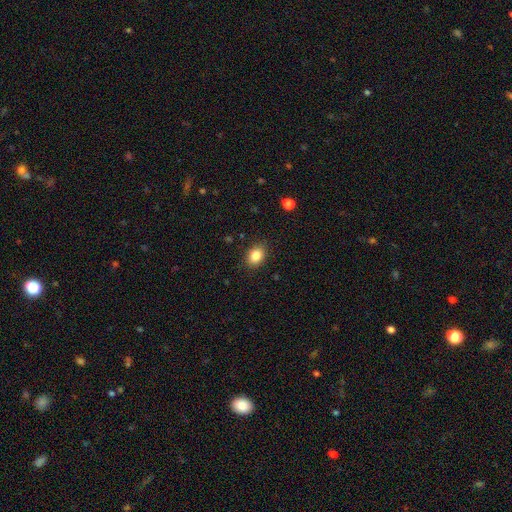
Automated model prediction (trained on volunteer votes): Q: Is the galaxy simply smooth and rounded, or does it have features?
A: smooth — 84%.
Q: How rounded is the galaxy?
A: in between — 64%.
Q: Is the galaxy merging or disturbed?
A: none — 87%.